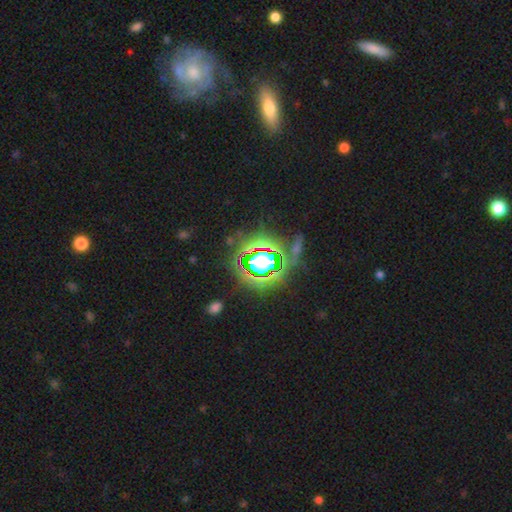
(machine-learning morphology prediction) type=star or artifact (75%).